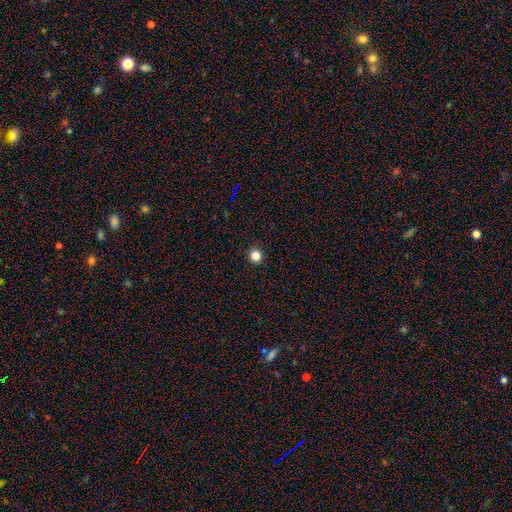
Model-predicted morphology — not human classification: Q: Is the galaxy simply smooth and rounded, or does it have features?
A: smooth — 83%.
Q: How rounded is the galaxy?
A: round — 95%.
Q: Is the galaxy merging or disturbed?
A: none — 94%.